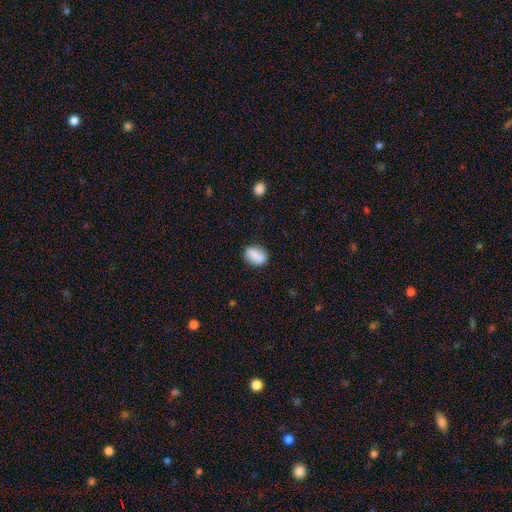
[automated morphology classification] Smooth or featured? Predicted: smooth (p=0.84). How rounded? Predicted: in between (p=0.76). Merging? Predicted: none (p=0.77).